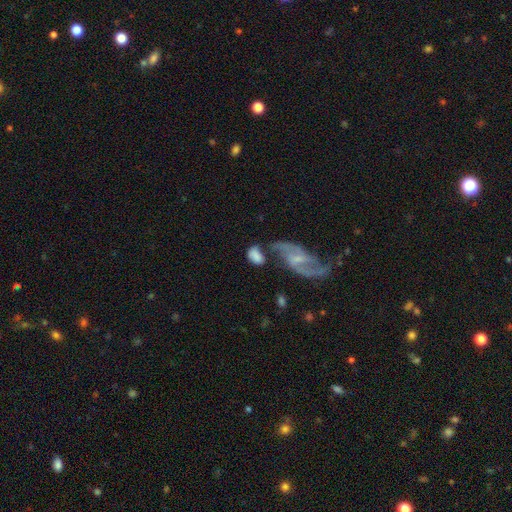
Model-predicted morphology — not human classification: smooth_or_featured: smooth (p=0.58) [alt: featured or disk p=0.34]
how_rounded: in between (p=0.86) [alt: round p=0.12]
merging: none (p=0.38) [alt: merger p=0.27]